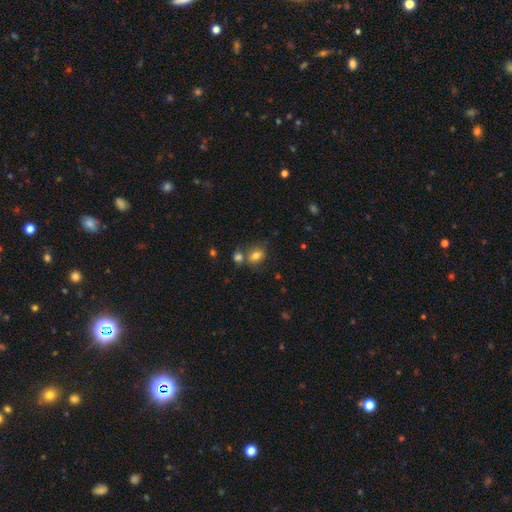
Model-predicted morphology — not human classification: smooth 79%, star or artifact 11%, featured or disk 10%. Down the decision tree: how rounded — in between (65%); merging — none (55%).